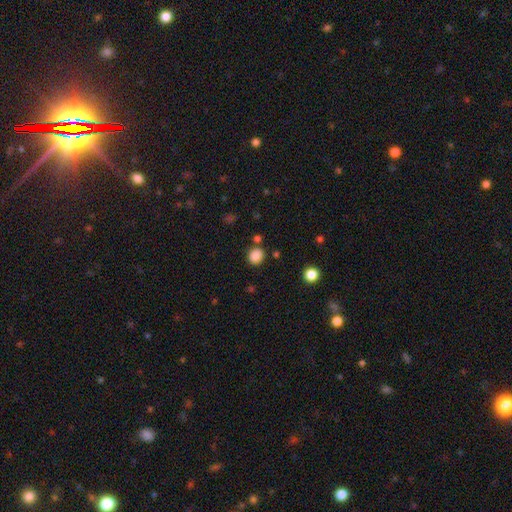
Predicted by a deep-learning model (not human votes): smooth 86%, star or artifact 11%, featured or disk 3%. Down the decision tree: how rounded — round (76%); merging — none (81%).